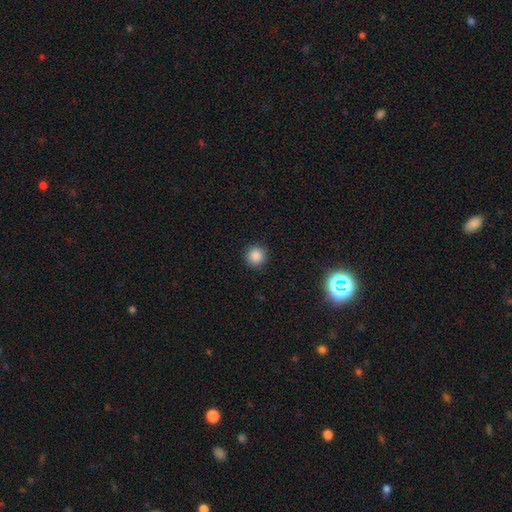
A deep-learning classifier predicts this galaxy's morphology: Overall: smooth (86%). How rounded: round (94%). Merging: none (92%).